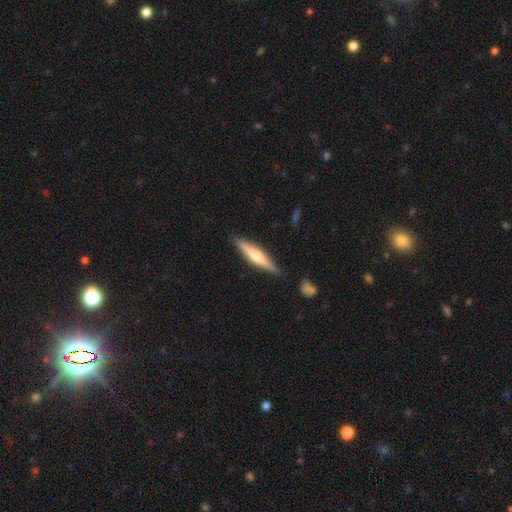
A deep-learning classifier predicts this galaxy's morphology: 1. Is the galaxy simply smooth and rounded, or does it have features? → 58% featured or disk, 37% smooth, 6% star or artifact.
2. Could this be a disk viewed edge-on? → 96% yes, 4% no.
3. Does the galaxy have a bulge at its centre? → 84% rounded, 9% boxy, 7% none.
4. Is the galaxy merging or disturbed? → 88% none, 9% minor disturbance, 2% major disturbance, 2% merger.